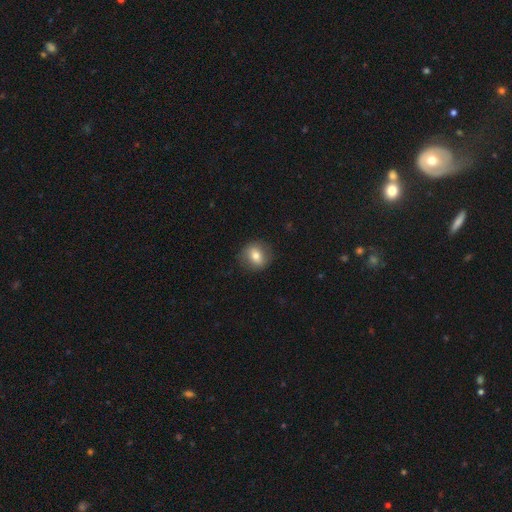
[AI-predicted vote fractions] A smooth galaxy with no disk features (72%) that is round (71%).

Vote fractions:
- Smooth or featured? smooth: 72% / featured or disk: 19% / star or artifact: 9%
- How rounded? round: 71% / in between: 28% / cigar-shaped: 1%
- Merging? none: 85% / minor disturbance: 11% / major disturbance: 3% / merger: 1%